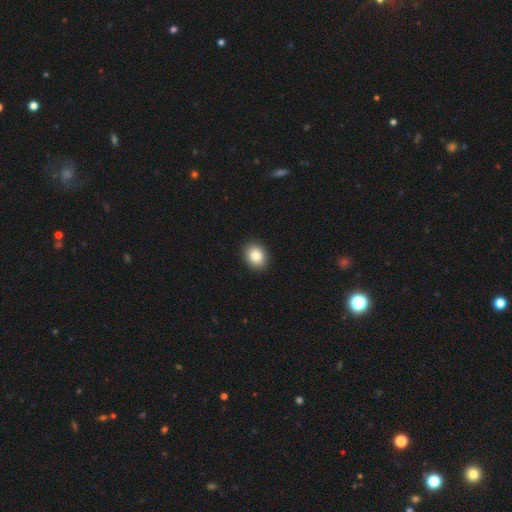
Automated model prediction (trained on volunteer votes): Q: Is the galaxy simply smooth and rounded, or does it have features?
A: smooth — 84%.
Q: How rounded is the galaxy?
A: round — 50%.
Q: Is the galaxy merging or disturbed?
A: none — 91%.